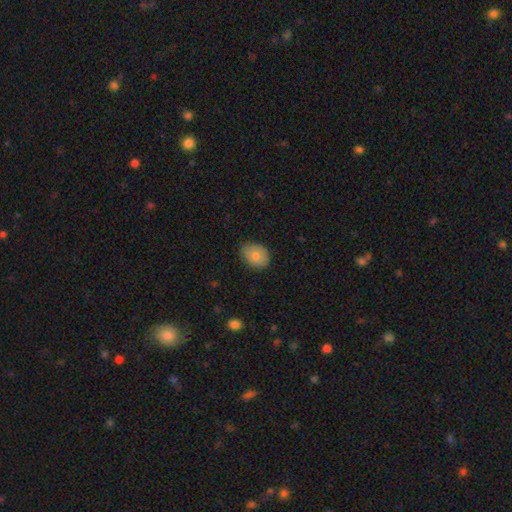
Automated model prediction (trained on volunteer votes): This appears to be a smooth galaxy with no disk features (82%) that is in between round and cigar-shaped (69%). Merging: none (79%).